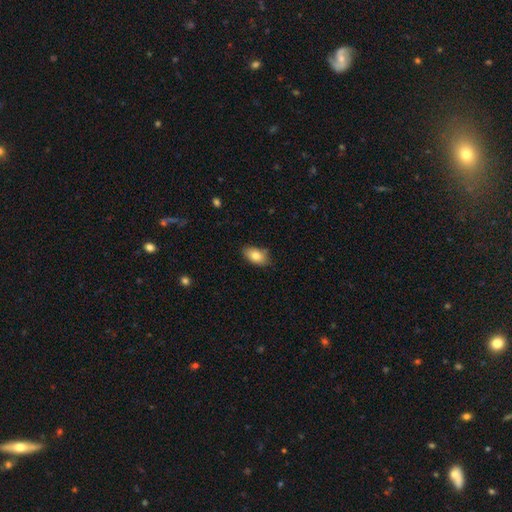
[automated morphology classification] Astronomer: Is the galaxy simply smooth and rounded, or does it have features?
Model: smooth — 80%.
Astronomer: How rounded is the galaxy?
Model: in between — 91%.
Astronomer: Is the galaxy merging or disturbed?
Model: none — 81%.